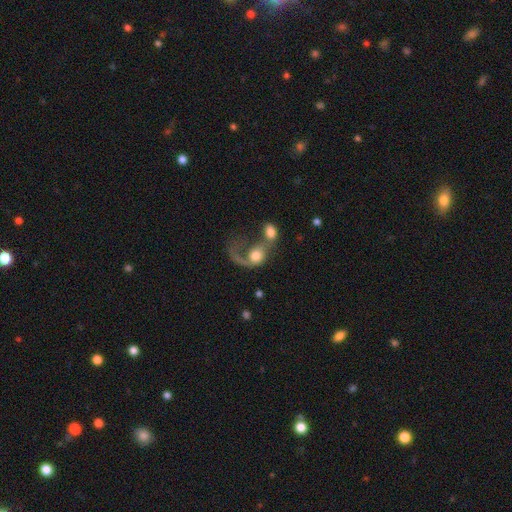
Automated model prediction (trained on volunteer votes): smooth-or-featured: smooth: 48% | featured or disk: 43% | star or artifact: 9%
  merging: merger: 55% | major disturbance: 28% | none: 11% | minor disturbance: 7%